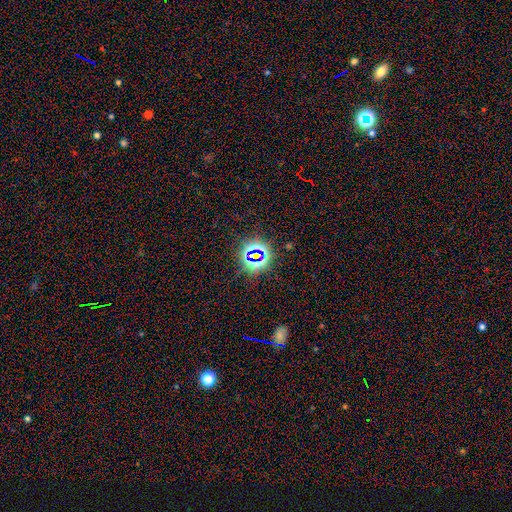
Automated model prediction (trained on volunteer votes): Smooth or featured?
  - star or artifact: 77% *
  - smooth: 15%
  - featured or disk: 8%